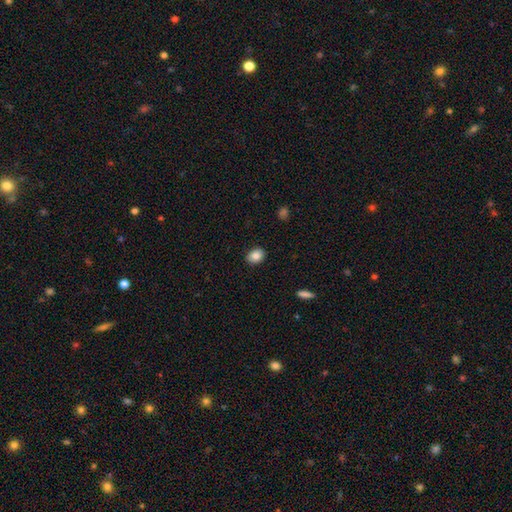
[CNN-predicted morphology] Smooth or featured: smooth — 84% (star or artifact — 8%)
How rounded: in between — 62% (round — 37%)
Merging: none — 89% (minor disturbance — 8%)